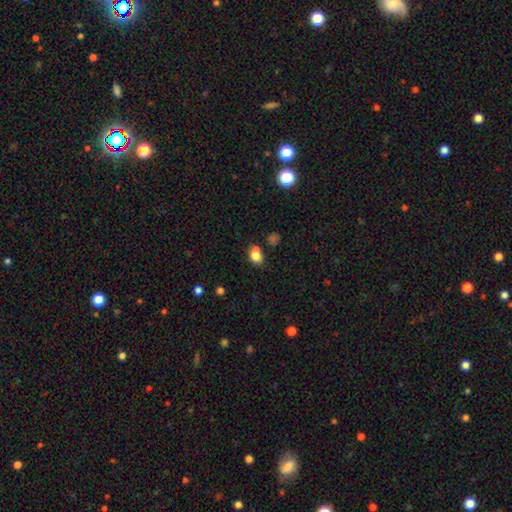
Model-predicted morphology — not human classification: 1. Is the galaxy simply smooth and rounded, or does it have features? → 82% smooth, 11% star or artifact, 8% featured or disk.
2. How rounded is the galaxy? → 70% in between, 28% round, 1% cigar-shaped.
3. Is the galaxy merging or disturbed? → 53% none, 22% merger, 19% minor disturbance, 5% major disturbance.